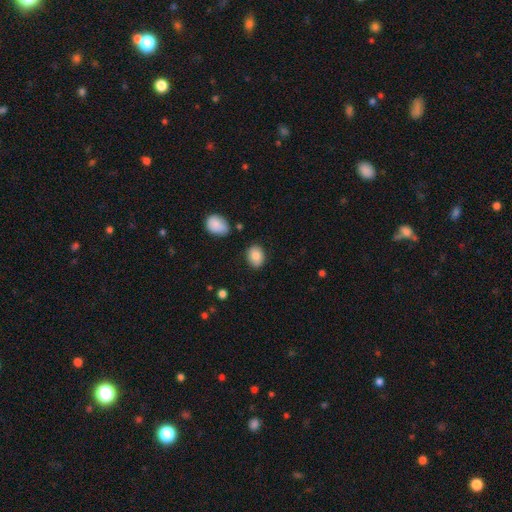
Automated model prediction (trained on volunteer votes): Smooth or featured? Predicted: smooth (p=0.84). How rounded? Predicted: in between (p=0.66). Merging? Predicted: none (p=0.83).